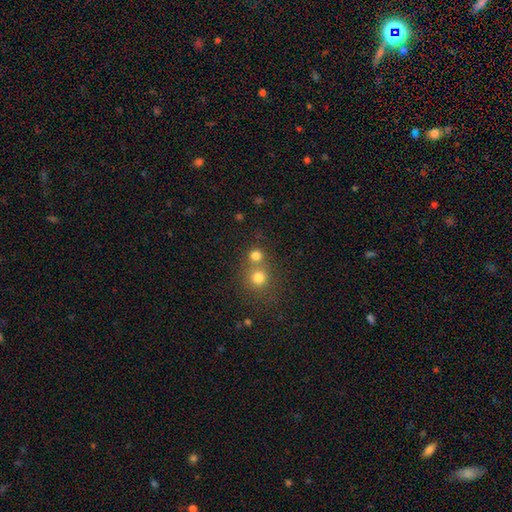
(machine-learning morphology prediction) This is likely a smooth galaxy (76%). How rounded: clearly round (90%). Merging: possibly none (58%).